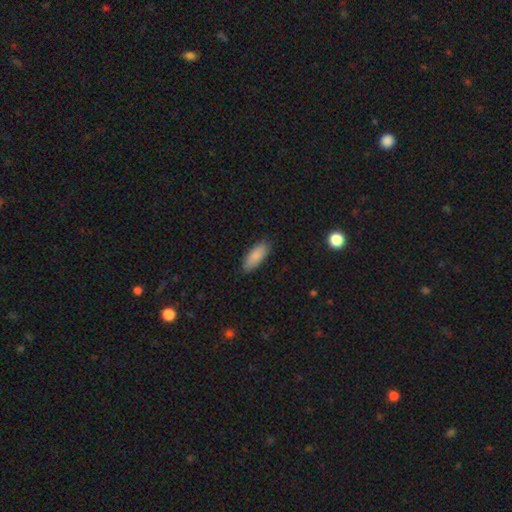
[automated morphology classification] Smooth or featured? Predicted: smooth (p=0.87). How rounded? Predicted: in between (p=0.80). Merging? Predicted: none (p=0.86).